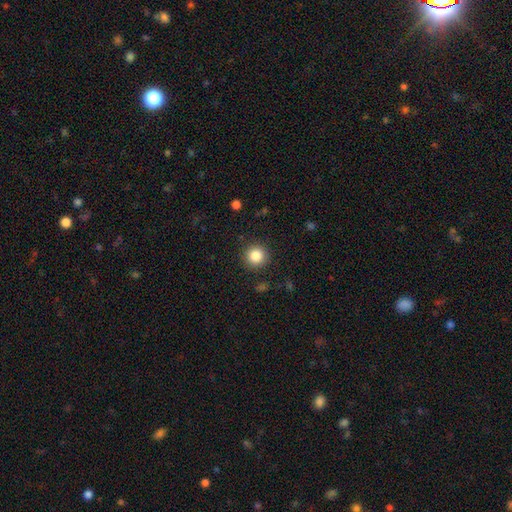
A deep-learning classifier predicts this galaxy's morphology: This appears to be a smooth galaxy with no disk features (84%) that is round (95%). Merging: none (90%).